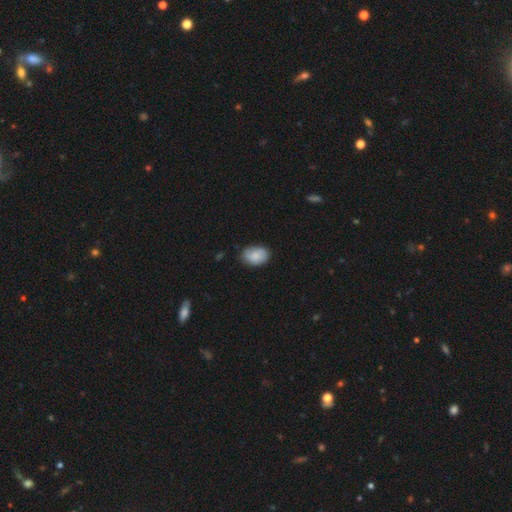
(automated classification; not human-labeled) Overall: smooth (83%). How rounded: in between (81%). Merging: none (75%).